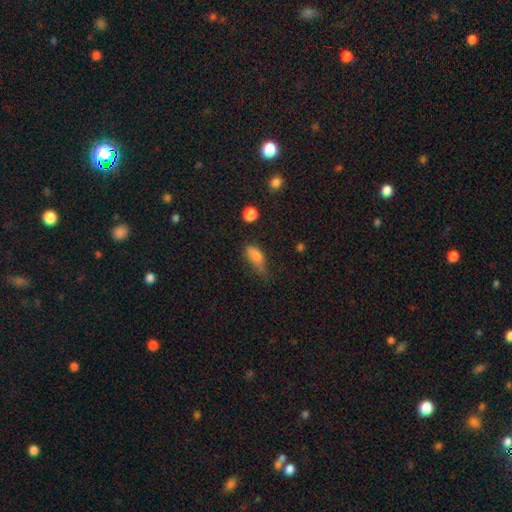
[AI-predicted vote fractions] Smooth or featured? Predicted: smooth (p=0.77). How rounded? Predicted: in between (p=0.75). Merging? Predicted: minor disturbance (p=0.43).